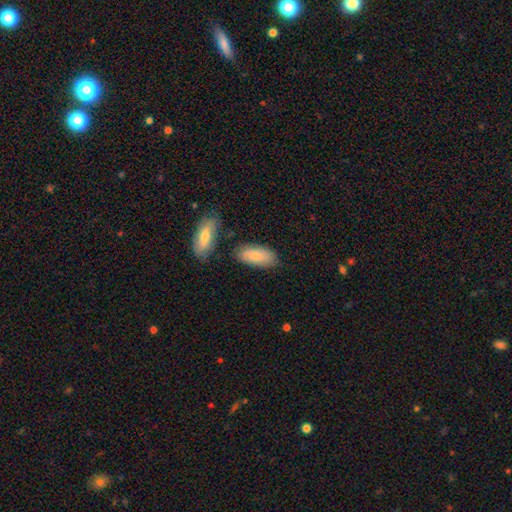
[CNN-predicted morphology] Q: Smooth or featured?
A: smooth (82%); runner-up: featured or disk (12%)
Q: How rounded?
A: in between (86%); runner-up: cigar-shaped (11%)
Q: Merging?
A: none (74%); runner-up: minor disturbance (15%)